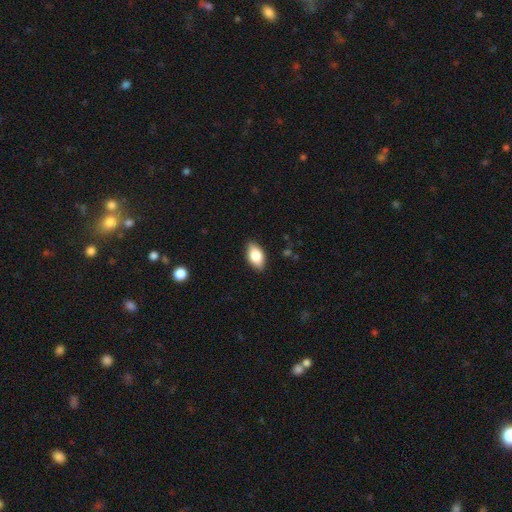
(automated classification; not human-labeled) Smooth or featured? Predicted: smooth (p=0.82). How rounded? Predicted: in between (p=0.92). Merging? Predicted: none (p=0.87).